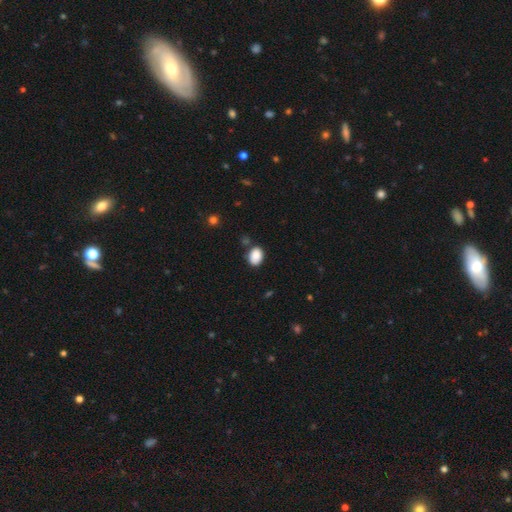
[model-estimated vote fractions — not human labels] A smooth galaxy with no disk features (88%) that is in between round and cigar-shaped (73%).

Vote fractions:
- Smooth or featured? smooth: 88% / star or artifact: 8% / featured or disk: 4%
- How rounded? in between: 73% / round: 26% / cigar-shaped: 1%
- Merging? none: 74% / minor disturbance: 16% / merger: 6% / major disturbance: 4%